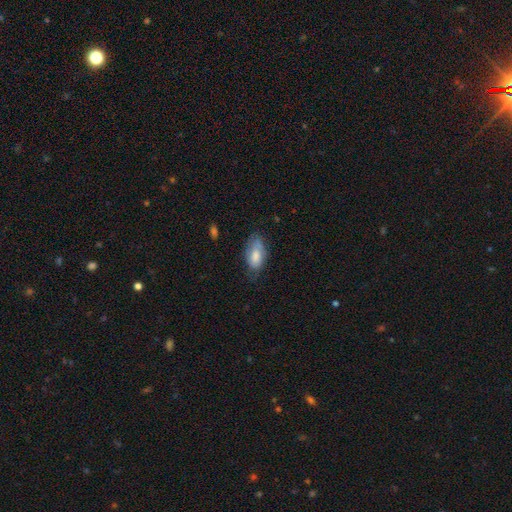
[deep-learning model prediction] Q: Smooth or featured?
A: smooth (76%); runner-up: featured or disk (18%)
Q: How rounded?
A: in between (91%); runner-up: cigar-shaped (7%)
Q: Merging?
A: none (57%); runner-up: minor disturbance (31%)